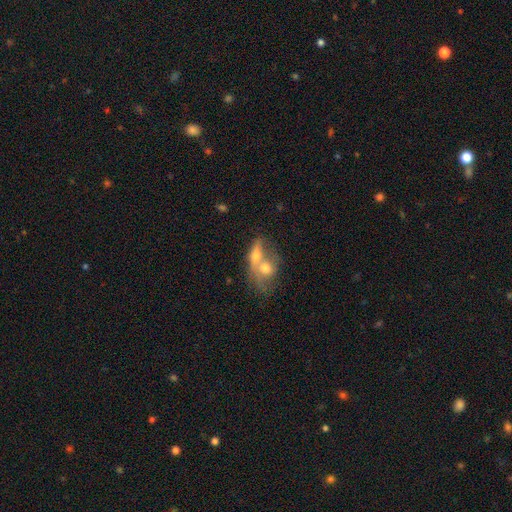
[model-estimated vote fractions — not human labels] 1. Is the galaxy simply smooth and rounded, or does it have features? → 60% smooth, 33% featured or disk, 8% star or artifact.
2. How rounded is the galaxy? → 62% in between, 27% round, 11% cigar-shaped.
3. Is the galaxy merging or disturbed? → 71% merger, 17% none, 7% minor disturbance, 6% major disturbance.